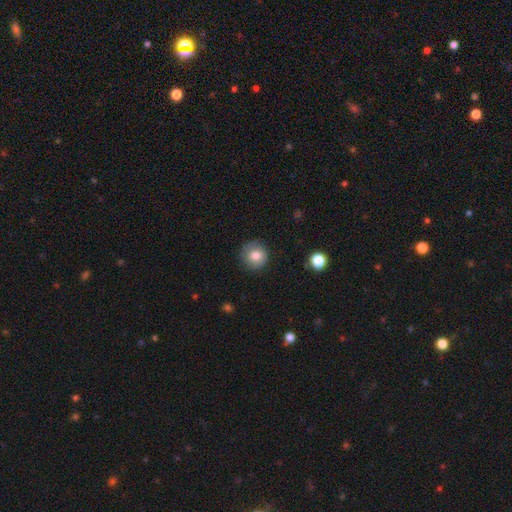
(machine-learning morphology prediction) Overall: smooth (80%). How rounded: round (91%). Merging: none (86%).